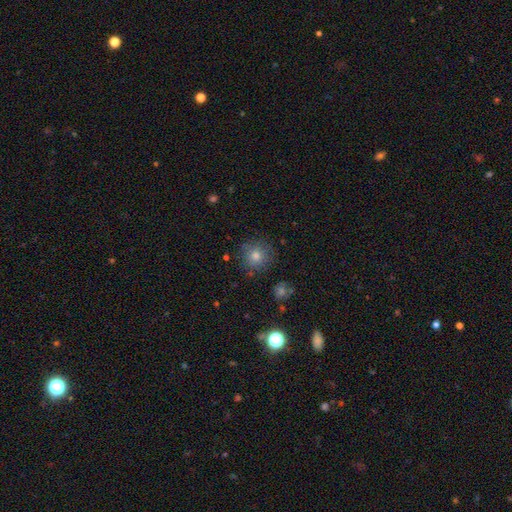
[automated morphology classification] type=smooth (68%); roundness=round (93%); merging=none (85%).